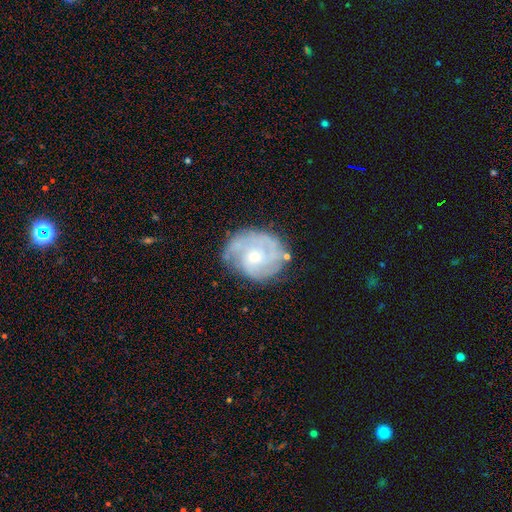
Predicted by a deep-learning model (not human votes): featured or disk 76%, smooth 18%, star or artifact 7%. Down the decision tree: edge-on disk — no (98%); bar — no (67%); spiral arms — yes (88%); spiral arm count — can't tell (33%); spiral winding — tight (54%); bulge size — small (51%); merging — none (67%).